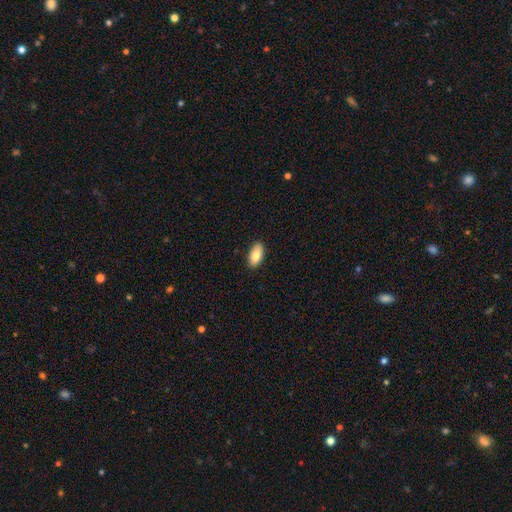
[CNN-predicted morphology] type=smooth (82%); roundness=in between (91%); merging=none (89%).